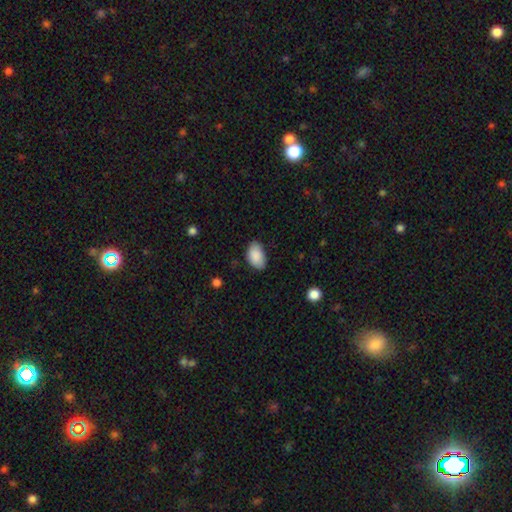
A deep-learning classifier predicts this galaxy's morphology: This is clearly a smooth galaxy (89%). How rounded: clearly in between (93%). Merging: likely none (76%).